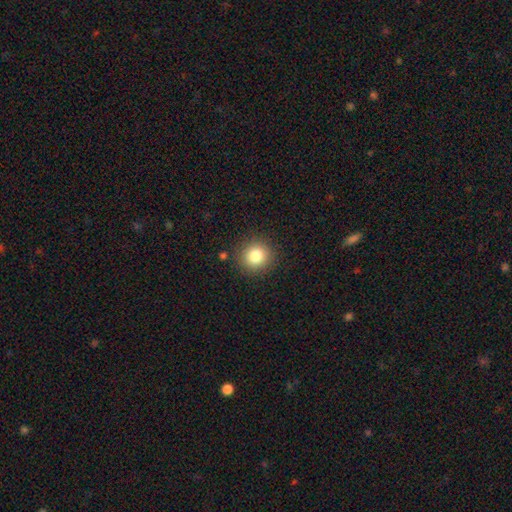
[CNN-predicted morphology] Smooth or featured? smooth (82%)
How rounded? round (91%)
Merging? none (89%)